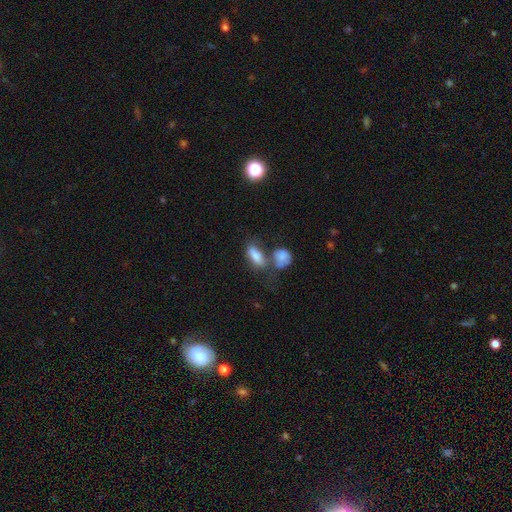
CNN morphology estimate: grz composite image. It shows a smooth galaxy with no disk features (78%) that is in between round and cigar-shaped (79%). Merging: merger (39%).